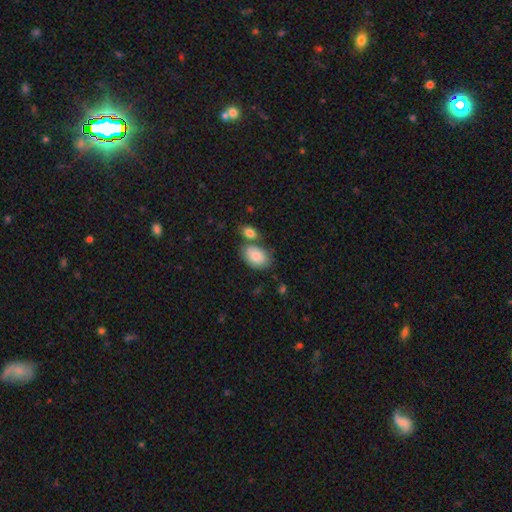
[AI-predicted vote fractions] Smooth or featured?
  - smooth: 85% *
  - featured or disk: 9%
  - star or artifact: 6%
How rounded?
  - in between: 88% *
  - round: 11%
  - cigar-shaped: 1%
Merging?
  - none: 56% *
  - merger: 24%
  - minor disturbance: 15%
  - major disturbance: 4%